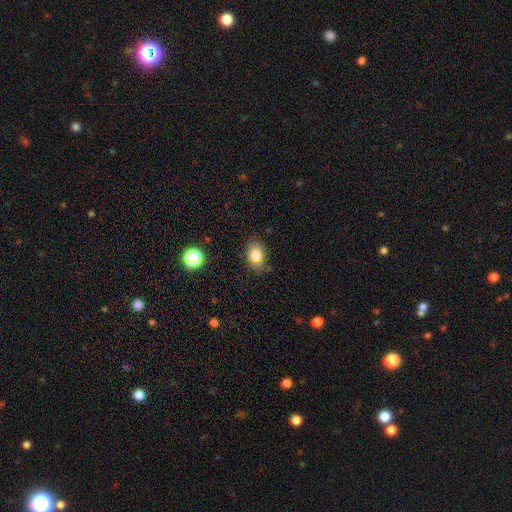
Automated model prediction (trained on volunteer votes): A smooth galaxy with no disk features (80%) that is in between round and cigar-shaped (72%).

Vote fractions:
- Smooth or featured? smooth: 80% / star or artifact: 11% / featured or disk: 9%
- How rounded? in between: 72% / round: 27% / cigar-shaped: 1%
- Merging? none: 79% / minor disturbance: 16% / major disturbance: 4% / merger: 2%